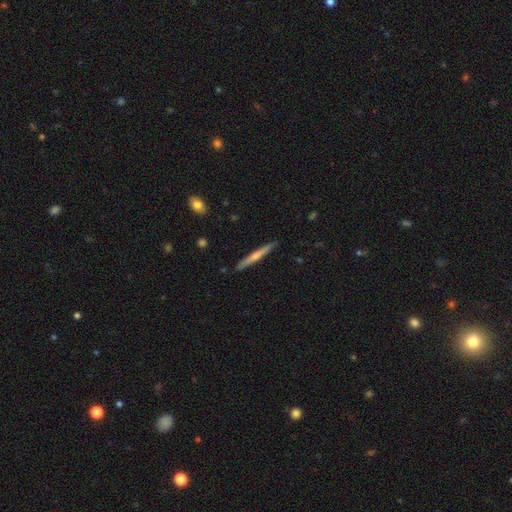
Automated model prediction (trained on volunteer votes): Smooth or featured? featured or disk (65%)
Edge-on disk? yes (98%)
Edge-on bulge? rounded (73%)
Merging? none (91%)